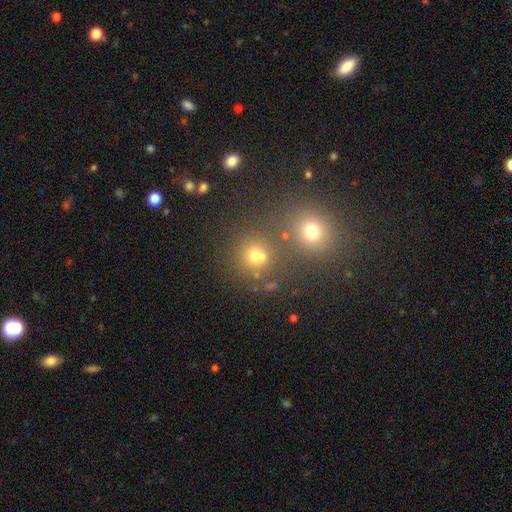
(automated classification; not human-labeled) The model was most divided on "merging": none: 63%, merger: 26%, minor disturbance: 8%, major disturbance: 4%. More confident: how rounded — round (86%); smooth or featured — smooth (65%).